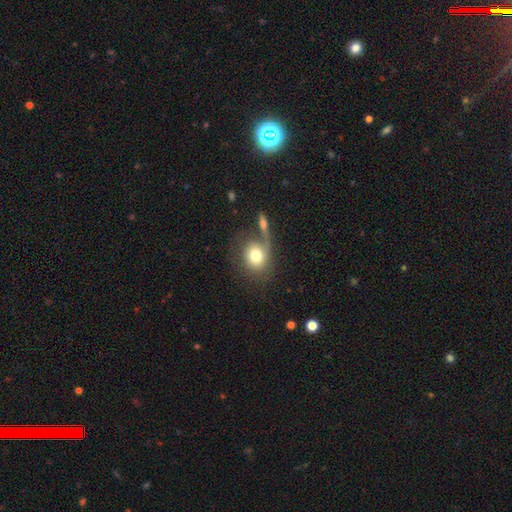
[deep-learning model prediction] Smooth or featured: smooth — 71% (featured or disk — 21%)
How rounded: round — 65% (in between — 34%)
Merging: none — 44% (merger — 25%)